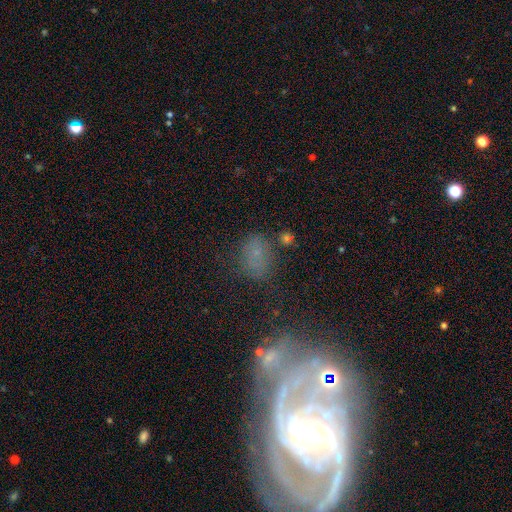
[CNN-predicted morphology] smooth 55%, star or artifact 26%, featured or disk 19%. Down the decision tree: how rounded — in between (71%); merging — none (61%).